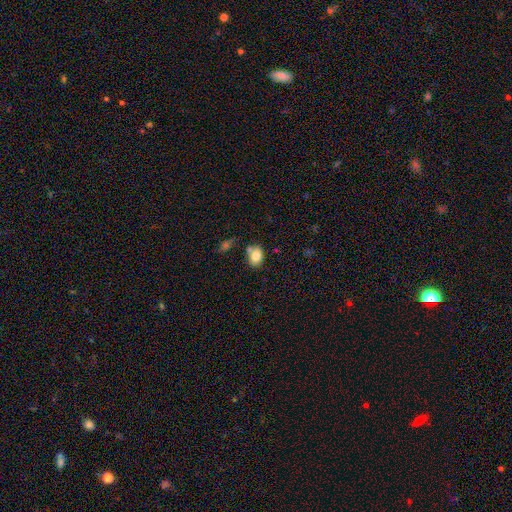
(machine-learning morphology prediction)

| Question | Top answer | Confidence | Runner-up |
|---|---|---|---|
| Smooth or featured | smooth | 81% | featured or disk (11%) |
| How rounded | in between | 70% | round (29%) |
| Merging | none | 62% | merger (17%) |